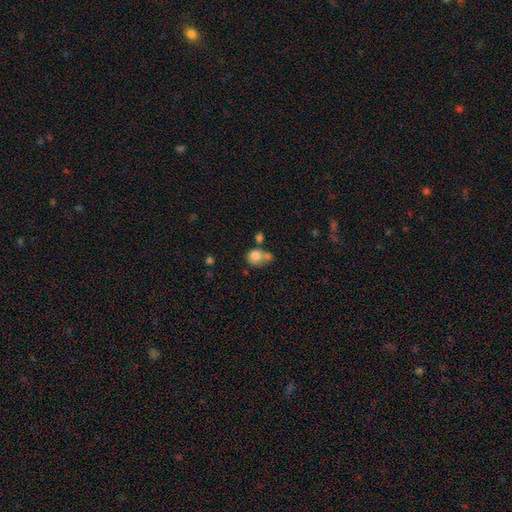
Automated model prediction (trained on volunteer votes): Q: Smooth or featured?
A: smooth (79%); runner-up: featured or disk (11%)
Q: How rounded?
A: round (74%); runner-up: in between (25%)
Q: Merging?
A: merger (40%); runner-up: none (39%)